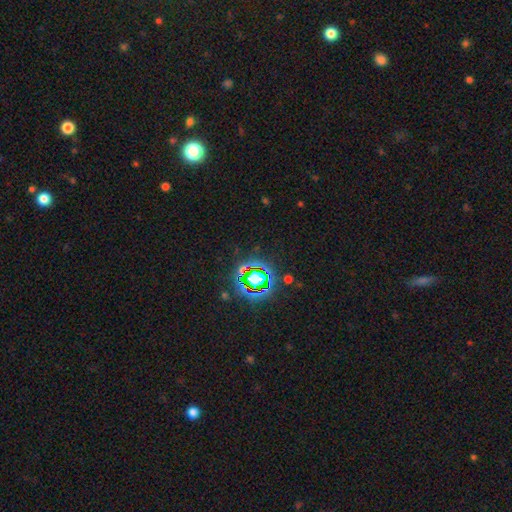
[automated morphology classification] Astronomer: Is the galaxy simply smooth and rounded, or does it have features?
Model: star or artifact — 80%.